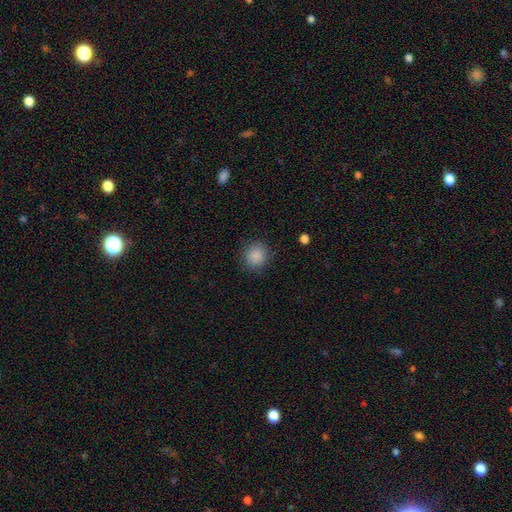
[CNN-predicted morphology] smooth_or_featured: smooth (p=0.87) [alt: star or artifact p=0.09]
how_rounded: round (p=0.88) [alt: in between p=0.11]
merging: none (p=0.88) [alt: minor disturbance p=0.08]